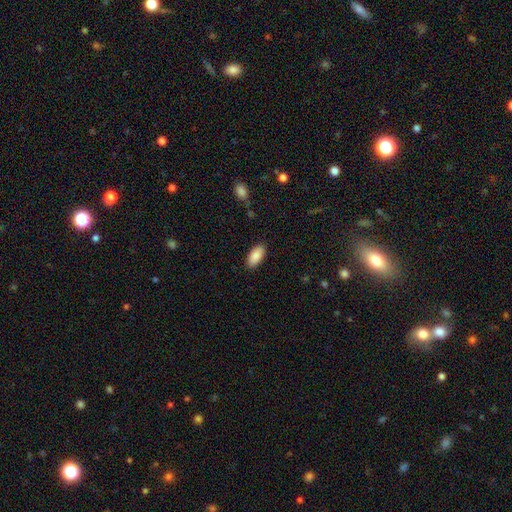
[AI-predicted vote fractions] Overall: smooth (89%). How rounded: in between (92%). Merging: none (88%).